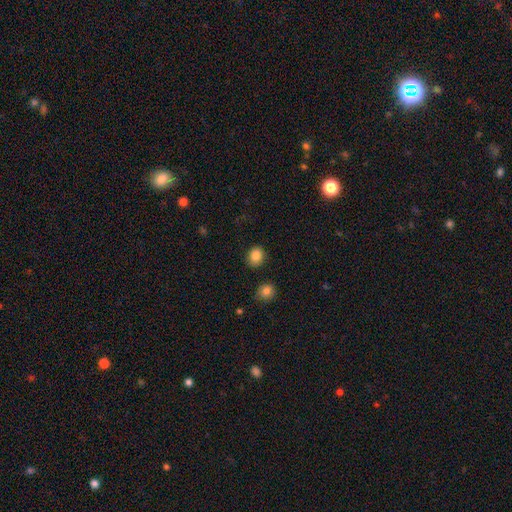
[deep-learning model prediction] smooth-or-featured: smooth: 85% | star or artifact: 10% | featured or disk: 5%
  how-rounded: round: 66% | in between: 33% | cigar-shaped: 1%
  merging: none: 88% | minor disturbance: 8% | merger: 2% | major disturbance: 2%